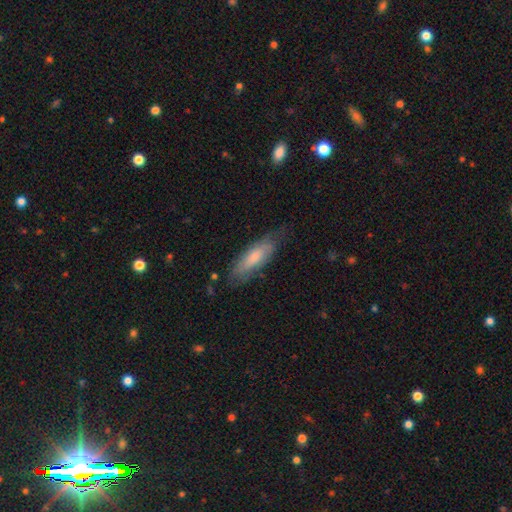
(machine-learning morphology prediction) type=smooth (59%); roundness=cigar-shaped (52%); merging=none (69%).